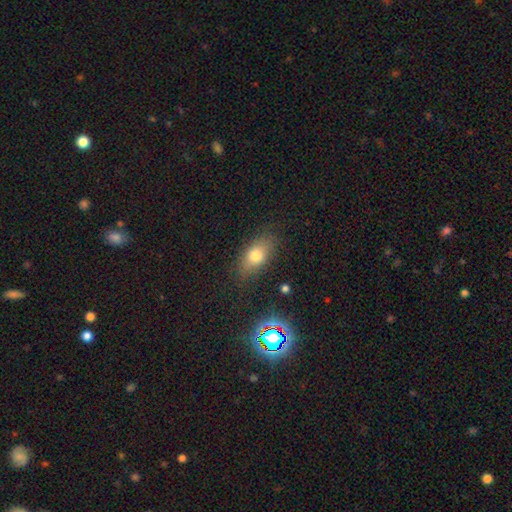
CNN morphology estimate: smooth-or-featured: smooth: 74% | featured or disk: 15% | star or artifact: 11%
  how-rounded: in between: 82% | round: 10% | cigar-shaped: 8%
  merging: none: 82% | minor disturbance: 13% | major disturbance: 4% | merger: 2%